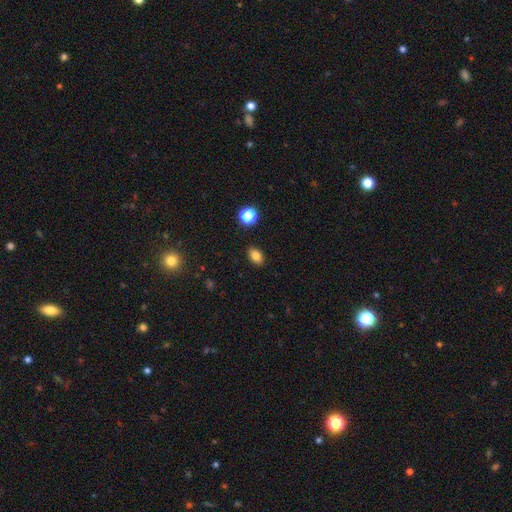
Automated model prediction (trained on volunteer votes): smooth 83%, star or artifact 12%, featured or disk 5%. Down the decision tree: how rounded — in between (82%); merging — none (88%).